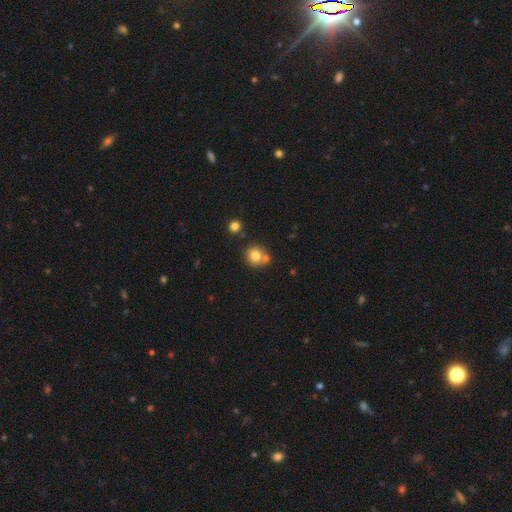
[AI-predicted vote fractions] Q: Smooth or featured?
A: smooth (78%); runner-up: featured or disk (11%)
Q: How rounded?
A: round (86%); runner-up: in between (13%)
Q: Merging?
A: none (57%); runner-up: merger (30%)